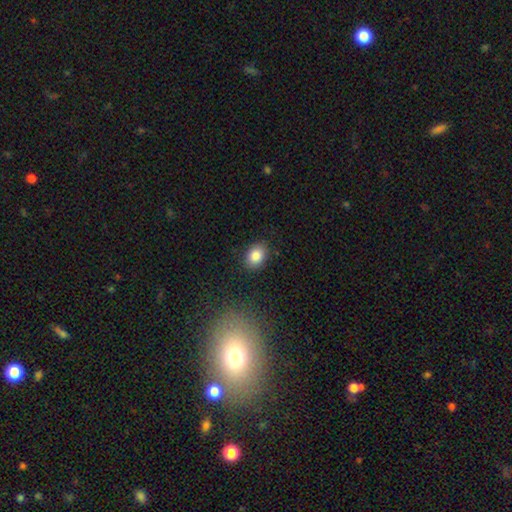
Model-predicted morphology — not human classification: This appears to be a smooth galaxy with no disk features (85%) that is in between round and cigar-shaped (65%). Merging: none (87%).